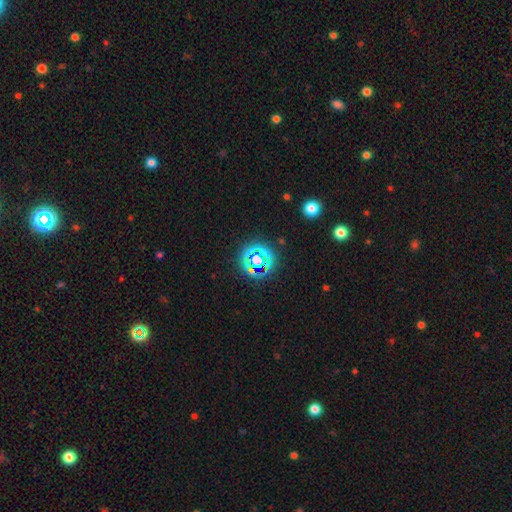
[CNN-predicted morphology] Smooth or featured? star or artifact (70%)